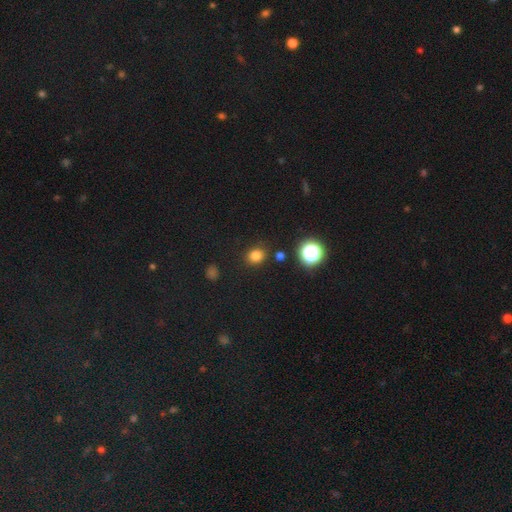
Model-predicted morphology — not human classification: smooth_or_featured: smooth (p=0.78) [alt: star or artifact p=0.16]
how_rounded: round (p=0.68) [alt: in between p=0.31]
merging: none (p=0.85) [alt: minor disturbance p=0.09]